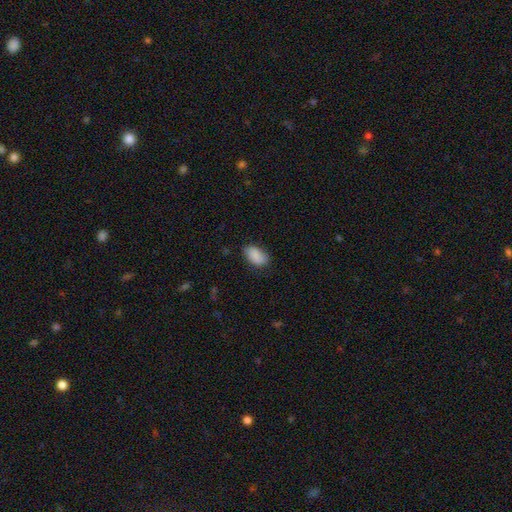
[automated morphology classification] The model was most divided on "merging": none: 77%, minor disturbance: 18%, major disturbance: 4%, merger: 1%. More confident: how rounded — in between (92%); smooth or featured — smooth (88%).